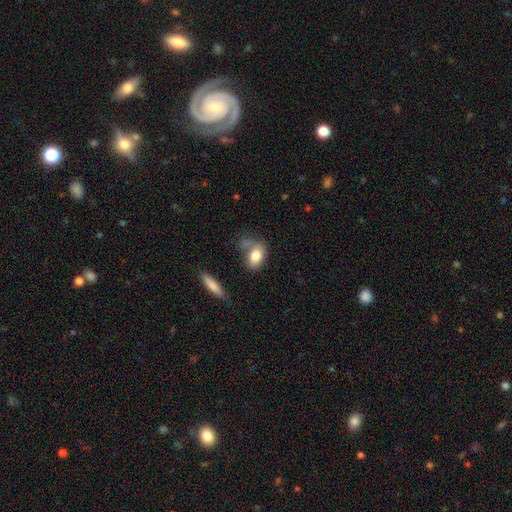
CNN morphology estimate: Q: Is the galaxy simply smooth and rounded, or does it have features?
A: smooth — 79%.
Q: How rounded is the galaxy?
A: in between — 80%.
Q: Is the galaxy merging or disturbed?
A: none — 43%.